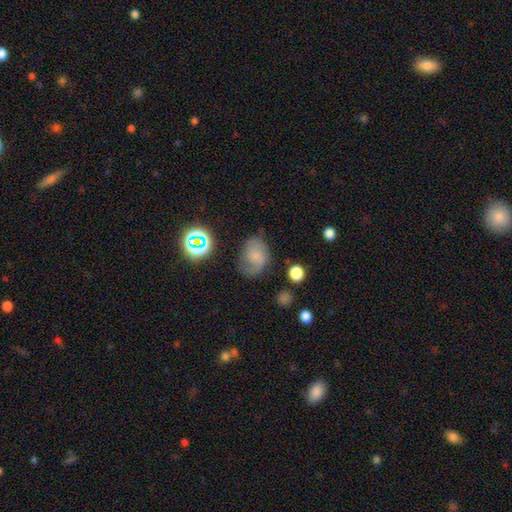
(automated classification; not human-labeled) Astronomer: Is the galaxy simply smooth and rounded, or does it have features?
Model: smooth — 45% (runner-up: featured or disk, 40%).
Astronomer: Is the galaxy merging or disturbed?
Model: none — 57%.